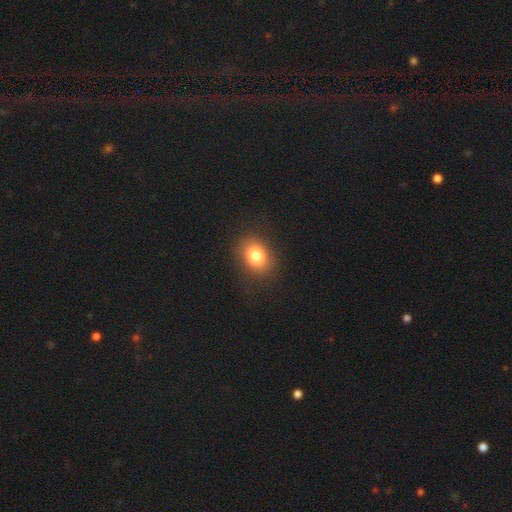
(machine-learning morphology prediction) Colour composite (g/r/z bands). It shows a smooth galaxy with no disk features (80%) that is in between round and cigar-shaped (57%). Merging: none (87%).